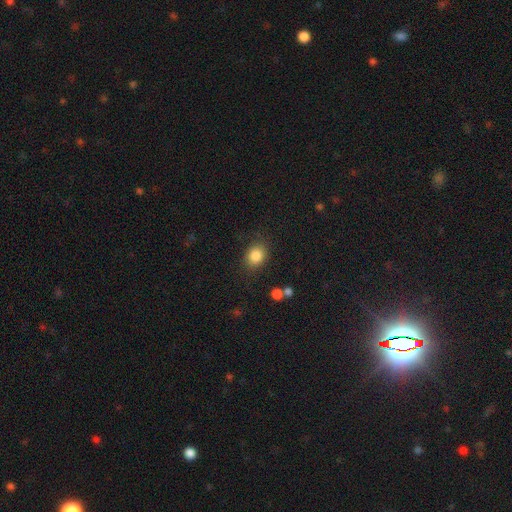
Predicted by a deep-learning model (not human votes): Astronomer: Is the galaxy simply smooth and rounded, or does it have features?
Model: smooth — 85%.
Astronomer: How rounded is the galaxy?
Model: round — 52% (runner-up: in between, 47%).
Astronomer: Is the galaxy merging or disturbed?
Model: none — 81%.